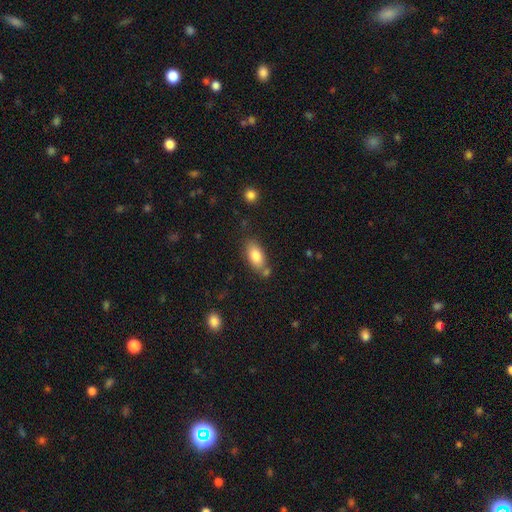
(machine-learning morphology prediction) A smooth galaxy with no disk features (81%) that is in between round and cigar-shaped (89%). Merging: none (67%).